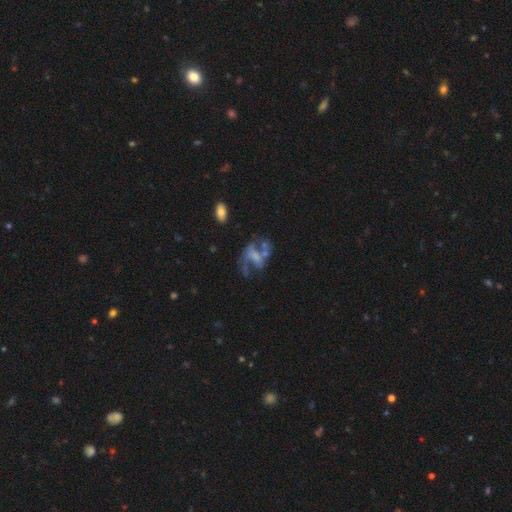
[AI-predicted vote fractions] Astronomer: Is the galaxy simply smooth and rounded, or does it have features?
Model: featured or disk — 69%.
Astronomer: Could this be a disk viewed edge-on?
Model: no — 97%.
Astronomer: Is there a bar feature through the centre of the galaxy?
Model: no — 50% (runner-up: weak, 32%).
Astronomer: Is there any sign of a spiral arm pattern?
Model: yes — 65%.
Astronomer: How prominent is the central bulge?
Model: none — 50%.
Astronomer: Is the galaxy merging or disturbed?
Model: major disturbance — 36% (runner-up: none, 30%).